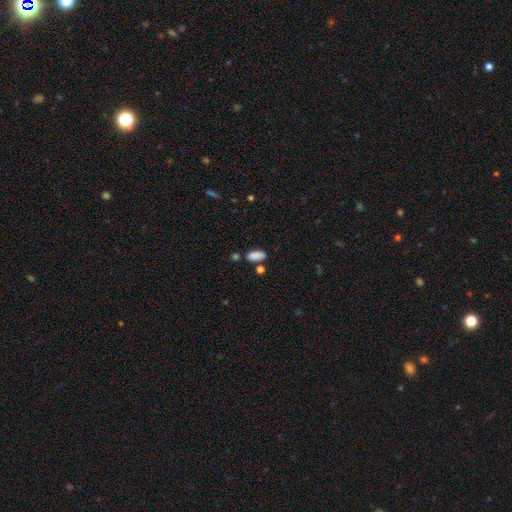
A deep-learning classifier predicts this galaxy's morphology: smooth 85%, star or artifact 9%, featured or disk 5%. Down the decision tree: how rounded — in between (87%); merging — none (68%).